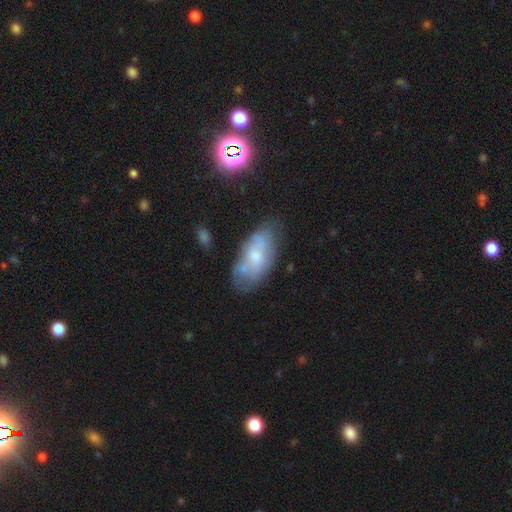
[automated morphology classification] smooth-or-featured: smooth: 49% | featured or disk: 42% | star or artifact: 9%
  merging: none: 54% | minor disturbance: 27% | major disturbance: 10% | merger: 9%